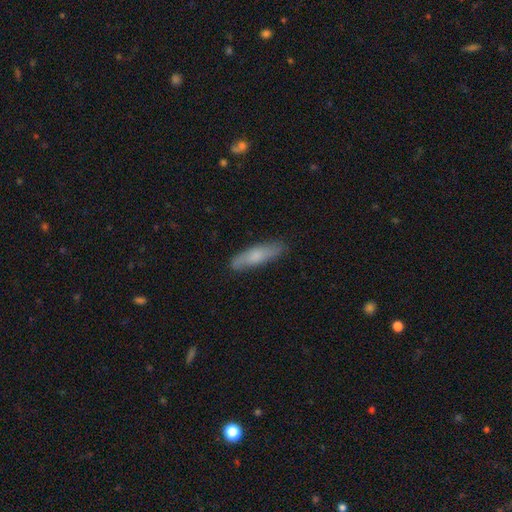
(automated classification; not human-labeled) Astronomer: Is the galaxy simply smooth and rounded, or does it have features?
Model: smooth — 69%.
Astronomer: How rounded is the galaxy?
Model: cigar-shaped — 66%.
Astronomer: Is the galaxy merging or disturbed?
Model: none — 83%.